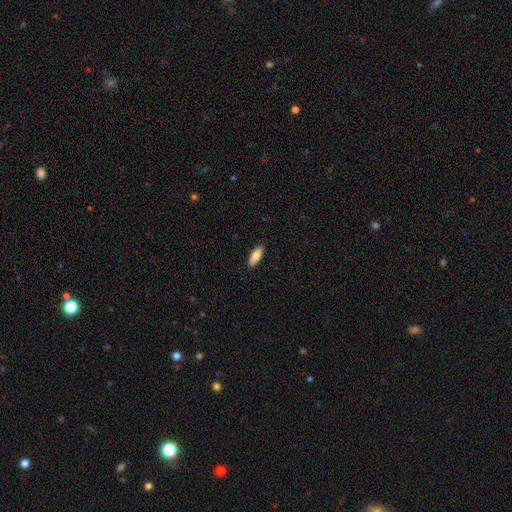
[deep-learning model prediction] Smooth or featured?
  - smooth: 81% *
  - featured or disk: 13%
  - star or artifact: 6%
How rounded?
  - in between: 74% *
  - cigar-shaped: 24%
  - round: 2%
Merging?
  - none: 90% *
  - minor disturbance: 8%
  - major disturbance: 2%
  - merger: 1%